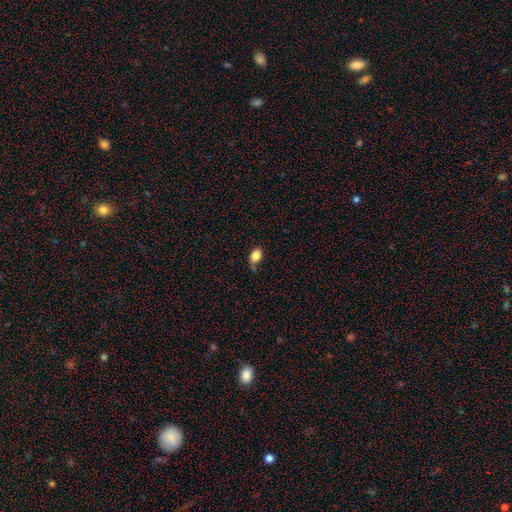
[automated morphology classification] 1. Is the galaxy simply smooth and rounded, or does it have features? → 85% smooth, 9% star or artifact, 6% featured or disk.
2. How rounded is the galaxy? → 81% in between, 17% round, 2% cigar-shaped.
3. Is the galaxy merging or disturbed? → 59% none, 28% minor disturbance, 8% major disturbance, 5% merger.